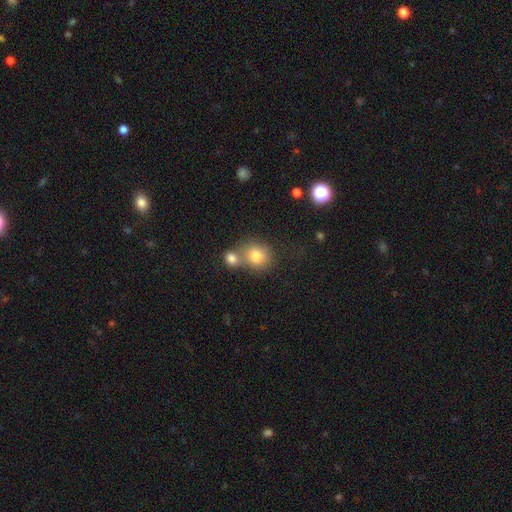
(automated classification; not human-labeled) This appears to be a smooth galaxy with no disk features (81%) that is round (80%). Merging: none (46%).